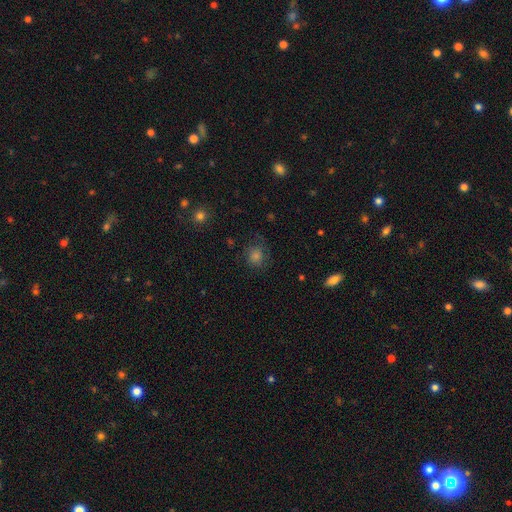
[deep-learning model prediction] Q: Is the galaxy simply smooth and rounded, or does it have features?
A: smooth — 59%.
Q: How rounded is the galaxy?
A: round — 76%.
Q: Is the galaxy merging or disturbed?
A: none — 68%.